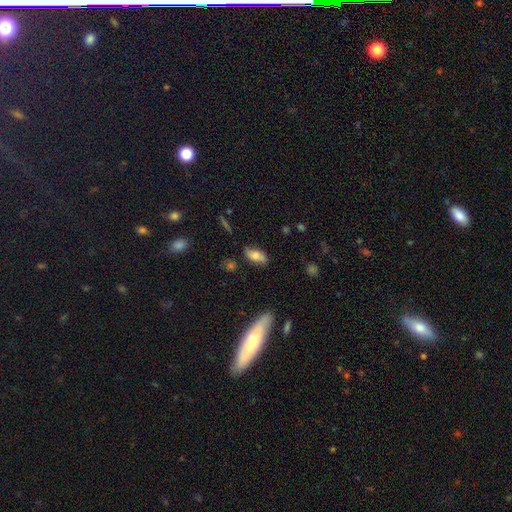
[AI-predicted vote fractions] A smooth galaxy with no disk features (75%) that is in between round and cigar-shaped (87%). Merging: none (76%).